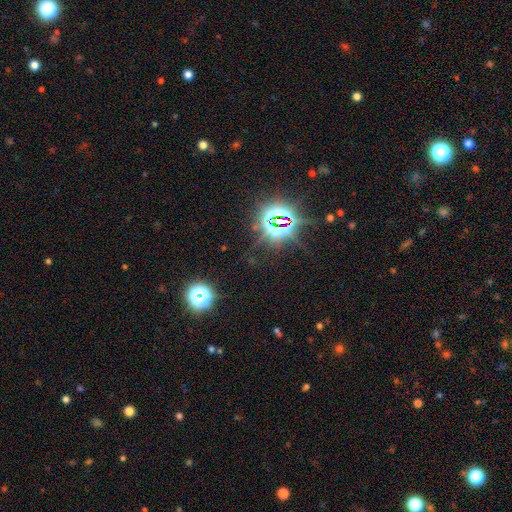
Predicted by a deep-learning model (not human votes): smooth_or_featured: star or artifact (p=0.82) [alt: smooth p=0.11]